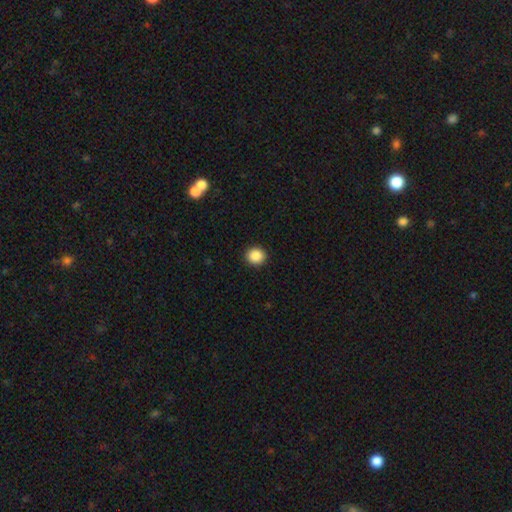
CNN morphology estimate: Smooth or featured: smooth — 88% (star or artifact — 9%)
How rounded: round — 90% (in between — 9%)
Merging: none — 93% (minor disturbance — 5%)